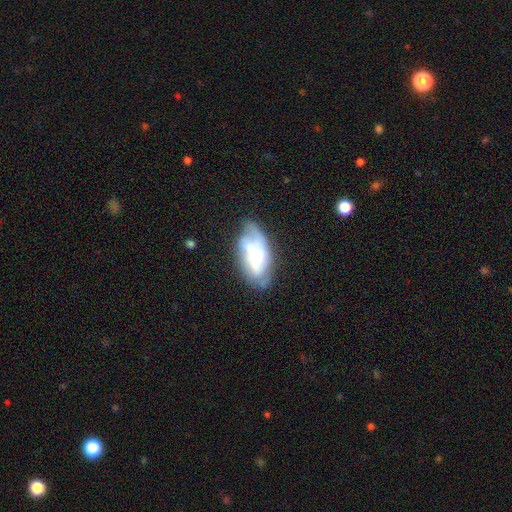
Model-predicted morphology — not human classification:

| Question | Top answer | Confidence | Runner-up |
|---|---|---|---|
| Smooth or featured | featured or disk | 57% | smooth (35%) |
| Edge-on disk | no | 91% | yes (9%) |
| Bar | no | 68% | weak (24%) |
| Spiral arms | yes | 61% | no (39%) |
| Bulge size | moderate | 45% | small (34%) |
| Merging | none | 47% | minor disturbance (27%) |